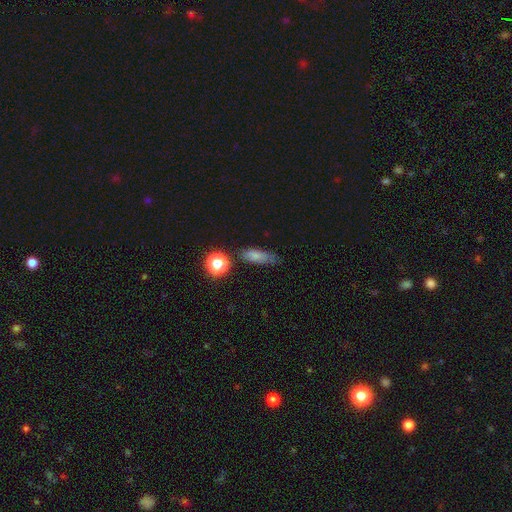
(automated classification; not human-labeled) This is likely a smooth galaxy (73%). How rounded: possibly in between (57%). Merging: possibly none (59%).